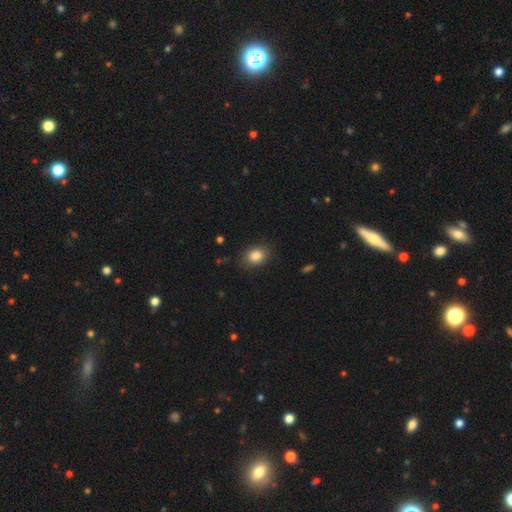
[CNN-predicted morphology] The model was most divided on "how rounded": in between: 70%, round: 29%, cigar-shaped: 1%. More confident: smooth or featured — smooth (85%); merging — none (83%).